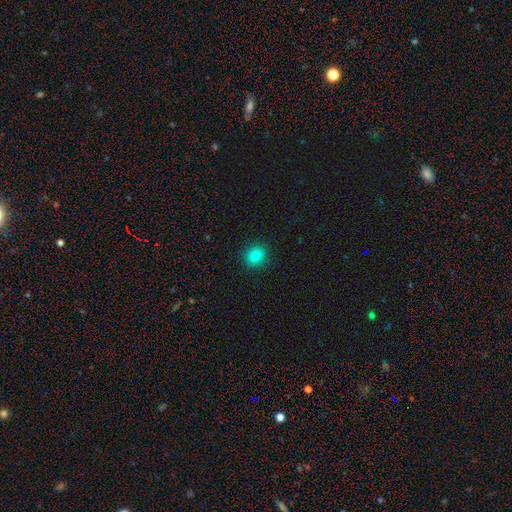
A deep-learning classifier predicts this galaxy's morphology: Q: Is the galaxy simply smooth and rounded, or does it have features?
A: smooth — 81%.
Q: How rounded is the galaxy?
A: round — 78%.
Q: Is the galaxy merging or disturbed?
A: none — 91%.